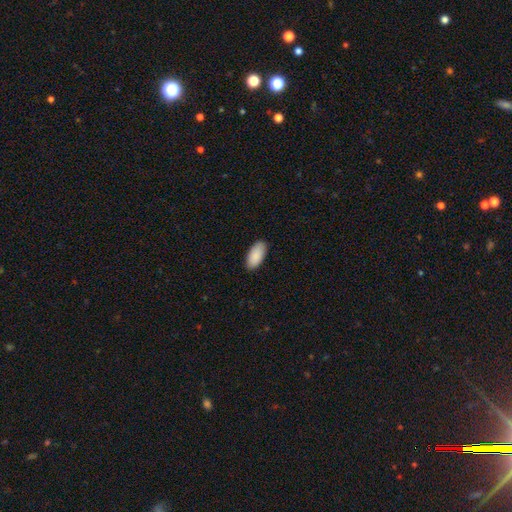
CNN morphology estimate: smooth-or-featured: smooth: 91% | star or artifact: 6% | featured or disk: 4%
  how-rounded: in between: 94% | cigar-shaped: 4% | round: 2%
  merging: none: 87% | minor disturbance: 10% | major disturbance: 2% | merger: 1%